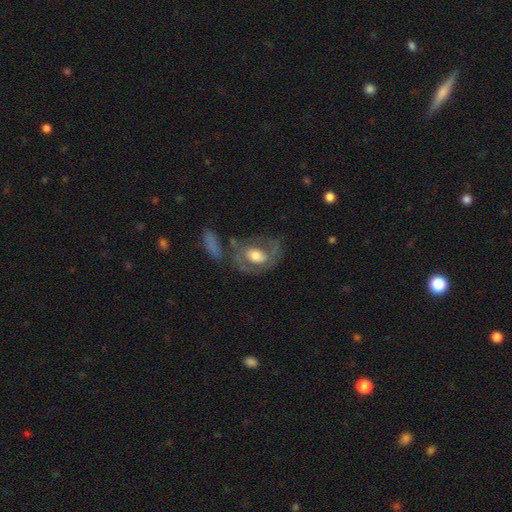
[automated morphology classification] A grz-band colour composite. It shows a featured or disk galaxy (61%) with no bar (68%), spiral arms (54%) and a moderate central bulge (54%). Merging: none (50%).